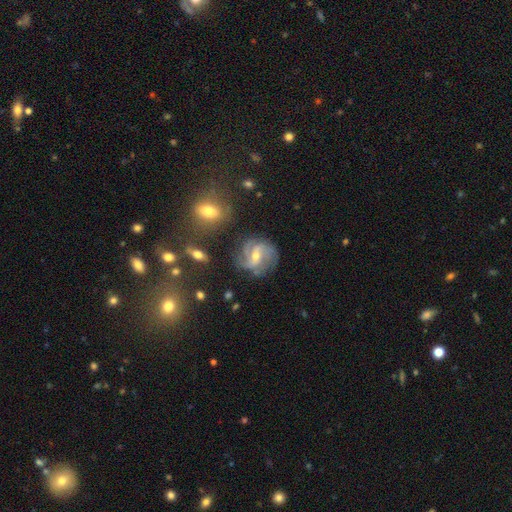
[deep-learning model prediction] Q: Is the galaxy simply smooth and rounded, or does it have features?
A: featured or disk — 83%.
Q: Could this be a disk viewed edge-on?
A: no — 97%.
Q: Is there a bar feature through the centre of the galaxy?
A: weak — 48%.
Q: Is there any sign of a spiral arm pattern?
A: yes — 95%.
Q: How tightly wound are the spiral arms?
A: medium — 48%.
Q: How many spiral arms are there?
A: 3 — 37%.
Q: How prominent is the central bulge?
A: moderate — 52%.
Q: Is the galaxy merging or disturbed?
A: none — 70%.